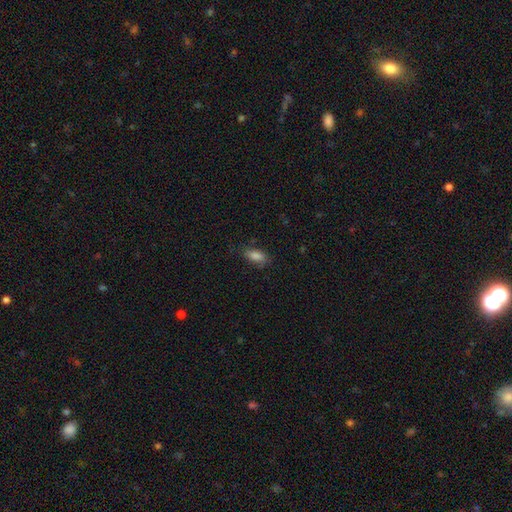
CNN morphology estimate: This appears to be a smooth galaxy with no disk features (84%) that is in between round and cigar-shaped (85%). Merging: none (77%).